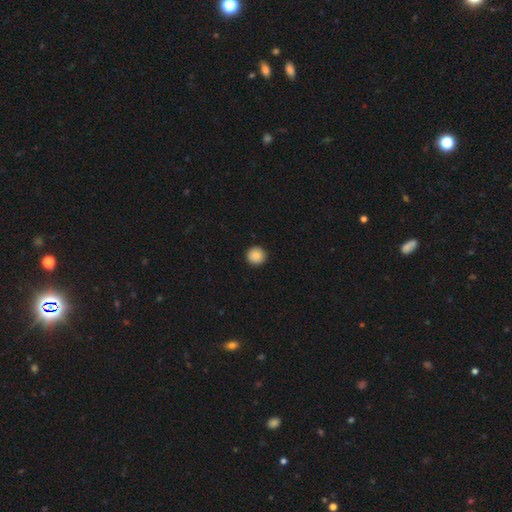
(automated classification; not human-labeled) This appears to be a smooth galaxy with no disk features (88%) that is round (95%). Merging: none (93%).